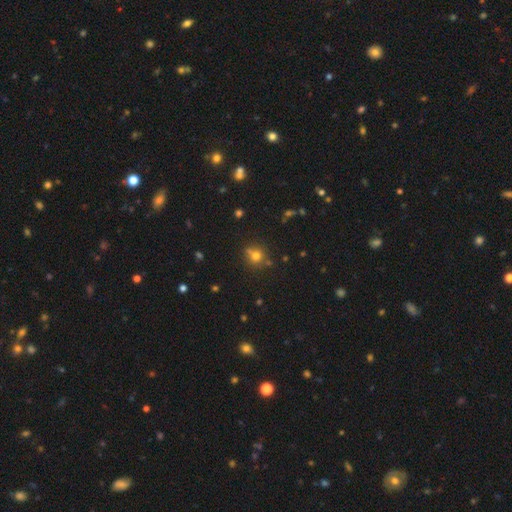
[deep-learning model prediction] A smooth galaxy with no disk features (68%) that is round (83%). Merging: none (70%).